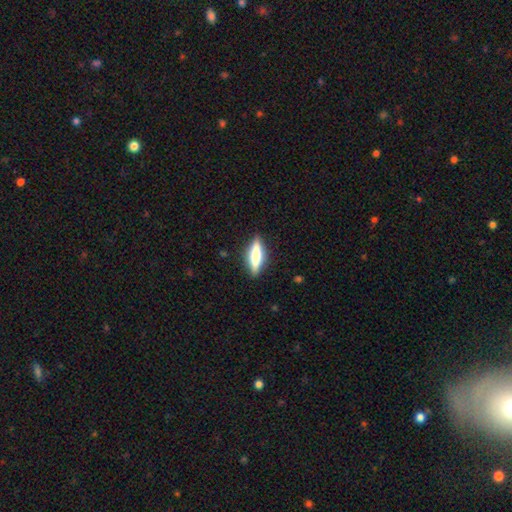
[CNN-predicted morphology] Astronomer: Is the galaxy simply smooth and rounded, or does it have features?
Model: smooth — 53% (runner-up: featured or disk, 40%).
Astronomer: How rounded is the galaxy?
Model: cigar-shaped — 66%.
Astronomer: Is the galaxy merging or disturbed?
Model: none — 88%.